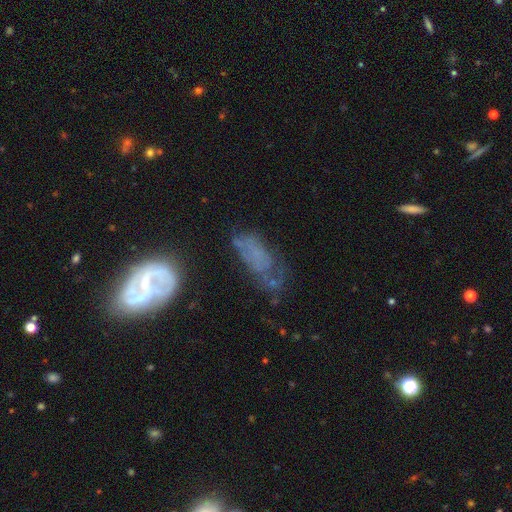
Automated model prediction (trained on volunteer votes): Smooth or featured? Predicted: featured or disk (p=0.49). Merging? Predicted: none (p=0.38).